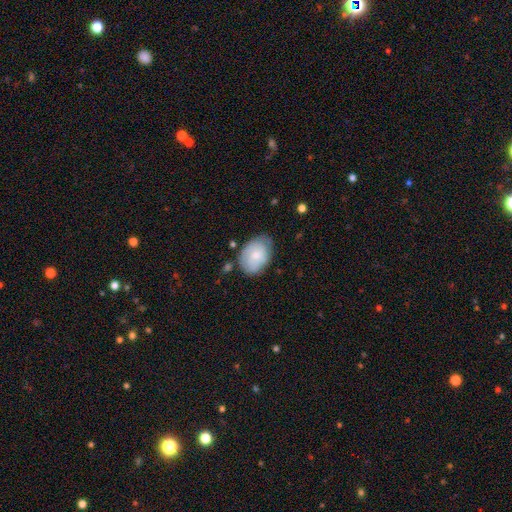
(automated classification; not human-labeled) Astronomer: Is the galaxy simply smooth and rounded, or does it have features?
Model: smooth — 66%.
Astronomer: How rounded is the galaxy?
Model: in between — 80%.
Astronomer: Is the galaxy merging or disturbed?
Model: none — 60%.